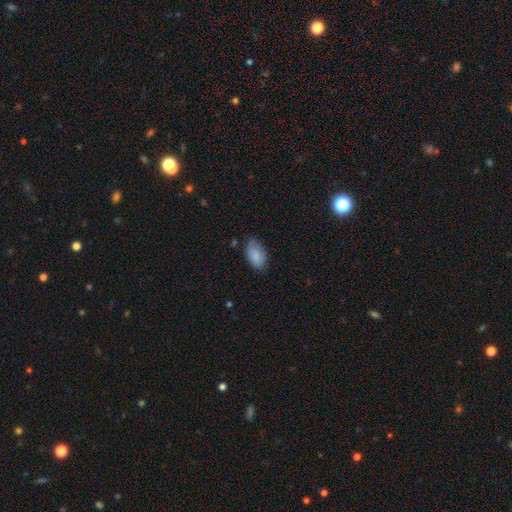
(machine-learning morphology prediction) A smooth galaxy with no disk features (87%) that is in between round and cigar-shaped (94%).

Vote fractions:
- Smooth or featured? smooth: 87% / featured or disk: 7% / star or artifact: 6%
- How rounded? in between: 94% / round: 5% / cigar-shaped: 2%
- Merging? none: 71% / minor disturbance: 24% / major disturbance: 4% / merger: 2%